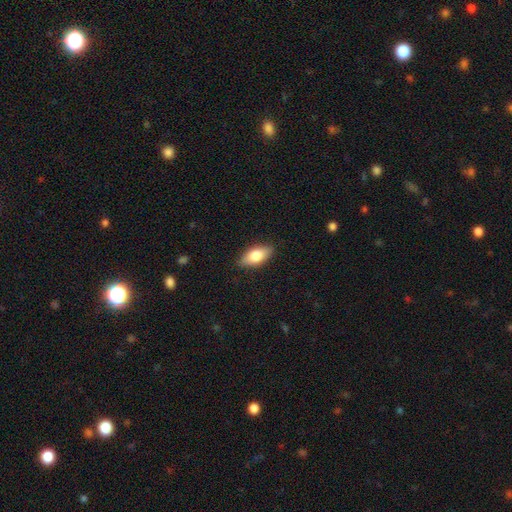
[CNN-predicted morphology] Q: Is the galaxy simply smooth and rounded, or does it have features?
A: smooth — 78%.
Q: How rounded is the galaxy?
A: in between — 87%.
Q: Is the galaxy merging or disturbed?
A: none — 86%.